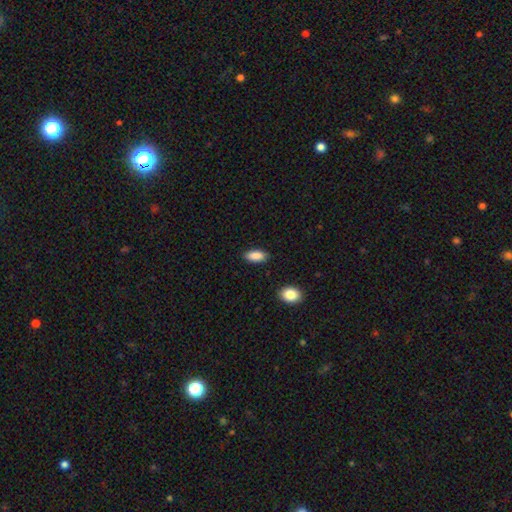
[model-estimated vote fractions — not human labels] A smooth galaxy with no disk features (89%) that is in between round and cigar-shaped (90%). Merging: none (87%).